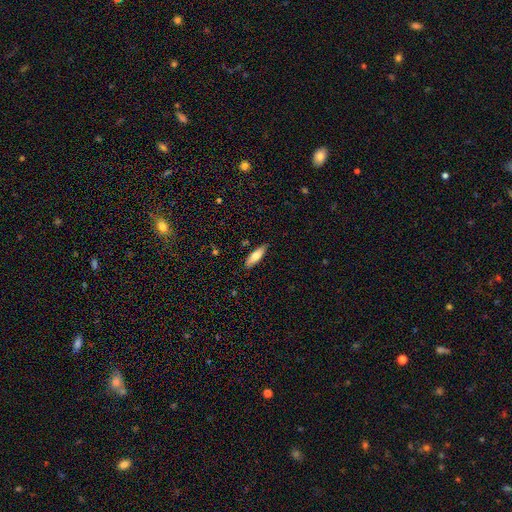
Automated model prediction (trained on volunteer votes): A smooth galaxy with no disk features (71%) that is in between round and cigar-shaped (51%).

Vote fractions:
- Smooth or featured? smooth: 71% / featured or disk: 23% / star or artifact: 6%
- How rounded? in between: 51% / cigar-shaped: 47% / round: 2%
- Merging? none: 85% / minor disturbance: 11% / major disturbance: 2% / merger: 2%